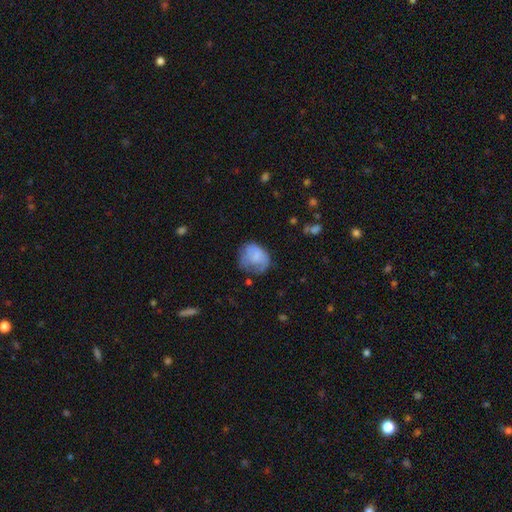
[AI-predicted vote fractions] smooth_or_featured: smooth (p=0.67) [alt: featured or disk p=0.24]
how_rounded: round (p=0.57) [alt: in between p=0.42]
merging: none (p=0.39) [alt: minor disturbance p=0.33]